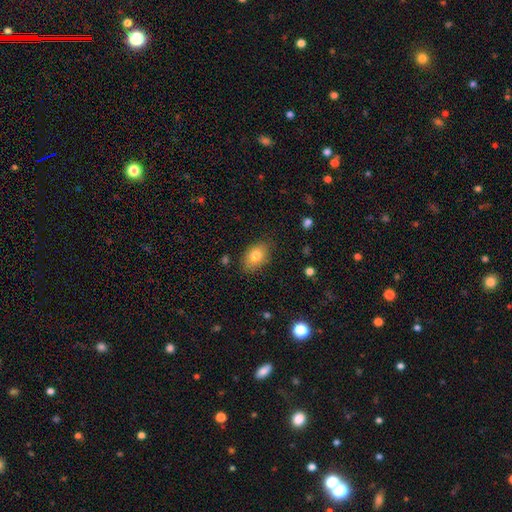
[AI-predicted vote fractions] Smooth or featured? Predicted: smooth (p=0.81). How rounded? Predicted: in between (p=0.87). Merging? Predicted: none (p=0.81).